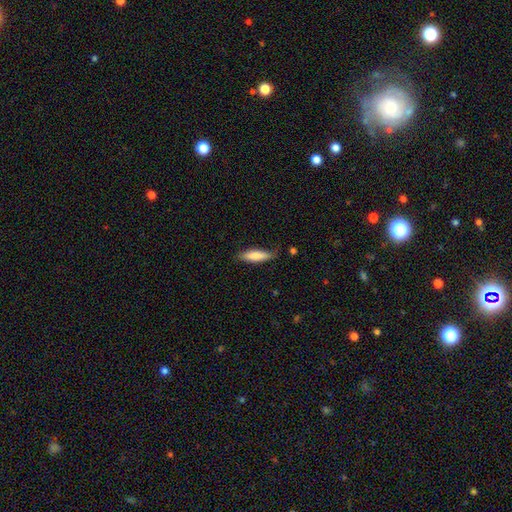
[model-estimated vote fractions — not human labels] Q: Smooth or featured?
A: smooth (79%); runner-up: featured or disk (15%)
Q: How rounded?
A: cigar-shaped (61%); runner-up: in between (37%)
Q: Merging?
A: none (75%); runner-up: minor disturbance (19%)